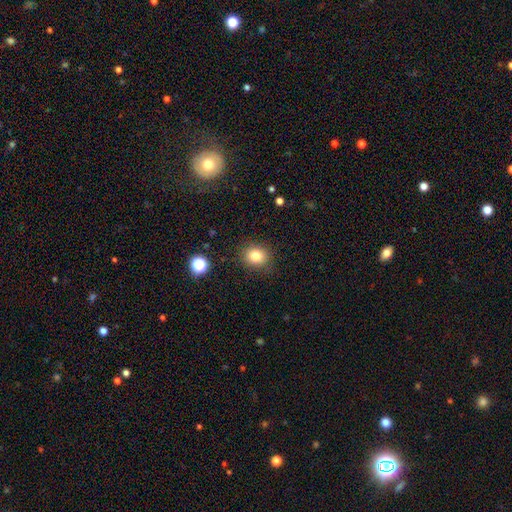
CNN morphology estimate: A smooth galaxy with no disk features (82%) that is round (70%).

Vote fractions:
- Smooth or featured? smooth: 82% / star or artifact: 12% / featured or disk: 6%
- How rounded? round: 70% / in between: 29% / cigar-shaped: 1%
- Merging? none: 87% / minor disturbance: 9% / major disturbance: 3% / merger: 1%